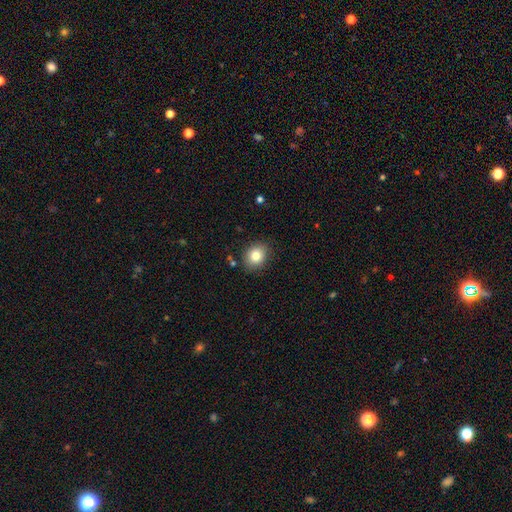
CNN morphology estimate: Q: Smooth or featured?
A: smooth (83%); runner-up: star or artifact (10%)
Q: How rounded?
A: round (60%); runner-up: in between (39%)
Q: Merging?
A: none (86%); runner-up: minor disturbance (10%)